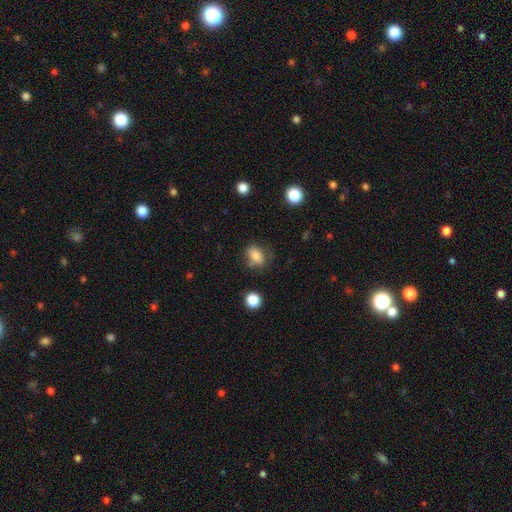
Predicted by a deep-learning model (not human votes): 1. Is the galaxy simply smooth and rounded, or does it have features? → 77% smooth, 12% featured or disk, 11% star or artifact.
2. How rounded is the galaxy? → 69% in between, 28% round, 3% cigar-shaped.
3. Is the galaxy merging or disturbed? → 63% none, 24% minor disturbance, 8% major disturbance, 5% merger.